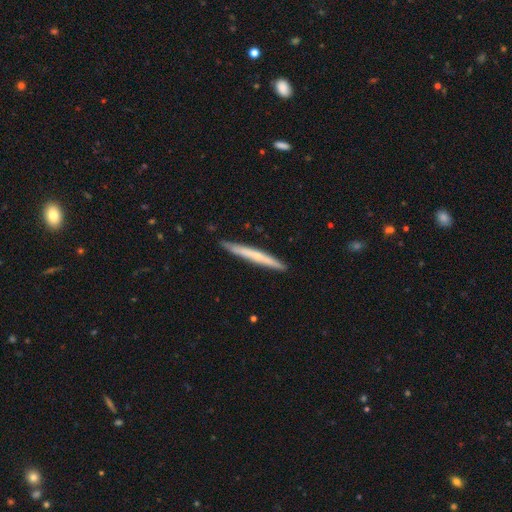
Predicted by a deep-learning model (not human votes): Q: Smooth or featured?
A: smooth (50%); runner-up: featured or disk (45%)
Q: Merging?
A: none (88%); runner-up: minor disturbance (9%)